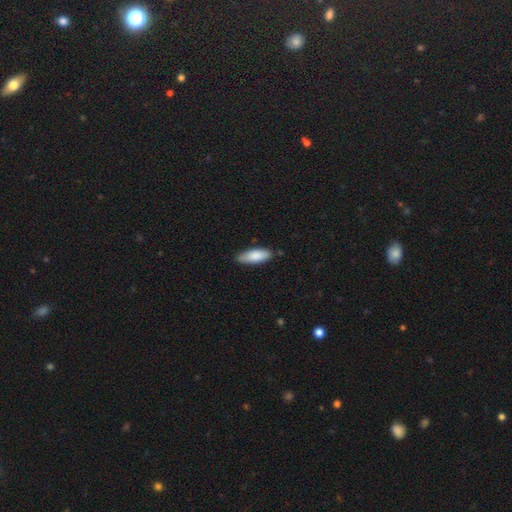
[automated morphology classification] Smooth or featured: smooth — 86% (featured or disk — 9%)
How rounded: in between — 66% (cigar-shaped — 32%)
Merging: none — 82% (minor disturbance — 14%)